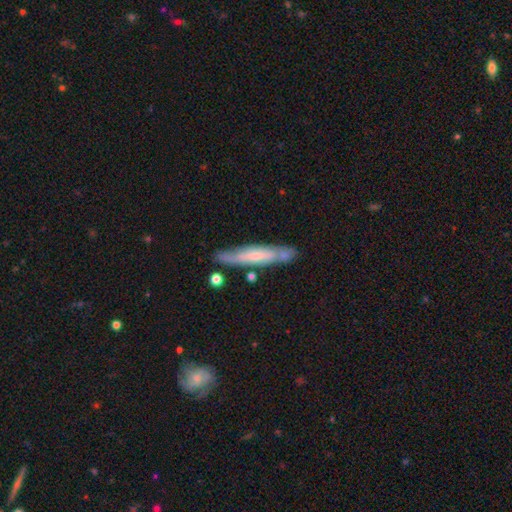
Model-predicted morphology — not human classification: smooth-or-featured: featured or disk: 53% | smooth: 41% | star or artifact: 6%
  disk-edge-on: yes: 63% | no: 37%
  merging: none: 70% | minor disturbance: 18% | merger: 8% | major disturbance: 4%